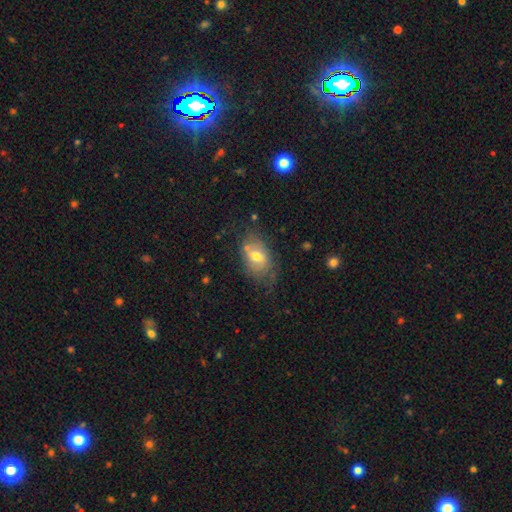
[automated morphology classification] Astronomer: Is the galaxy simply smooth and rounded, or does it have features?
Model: smooth — 54% (runner-up: featured or disk, 36%).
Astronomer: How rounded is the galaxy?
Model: in between — 84%.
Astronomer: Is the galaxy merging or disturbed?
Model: none — 56%.